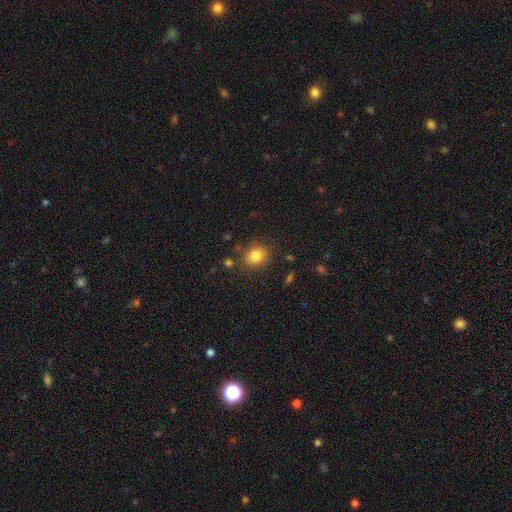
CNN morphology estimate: Smooth or featured? Predicted: smooth (p=0.82). How rounded? Predicted: round (p=0.58). Merging? Predicted: none (p=0.81).